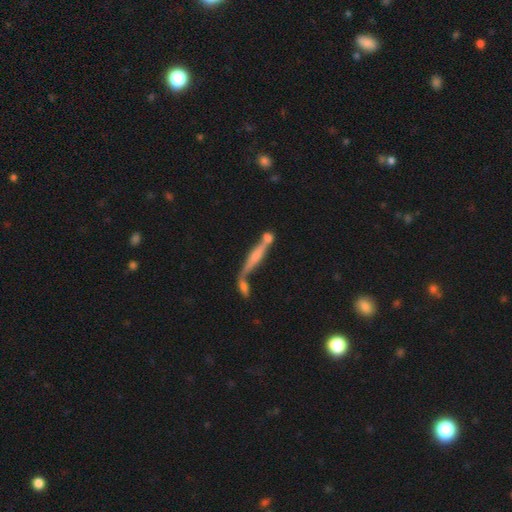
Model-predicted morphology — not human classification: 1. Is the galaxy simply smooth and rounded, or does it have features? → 54% featured or disk, 37% smooth, 8% star or artifact.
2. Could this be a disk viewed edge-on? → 87% yes, 13% no.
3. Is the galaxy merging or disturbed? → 44% none, 37% merger, 12% minor disturbance, 7% major disturbance.